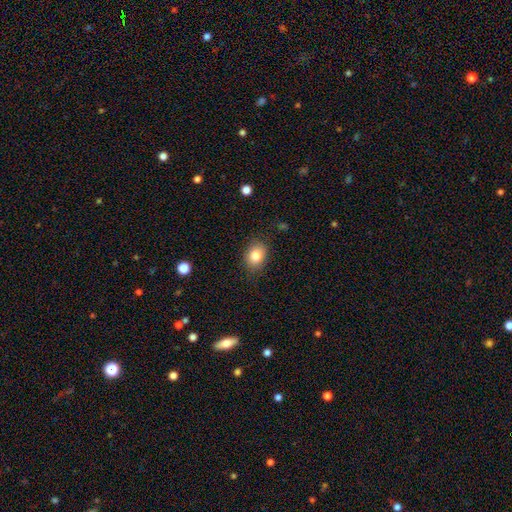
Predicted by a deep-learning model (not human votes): Smooth or featured: smooth — 82% (star or artifact — 9%)
How rounded: in between — 63% (round — 36%)
Merging: none — 84% (minor disturbance — 12%)